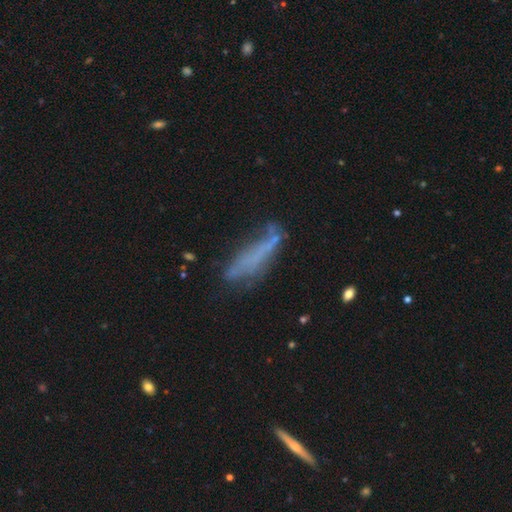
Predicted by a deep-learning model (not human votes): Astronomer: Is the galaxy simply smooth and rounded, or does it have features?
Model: smooth — 46% (runner-up: featured or disk, 40%).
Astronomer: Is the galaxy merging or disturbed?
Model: none — 42% (runner-up: minor disturbance, 28%).